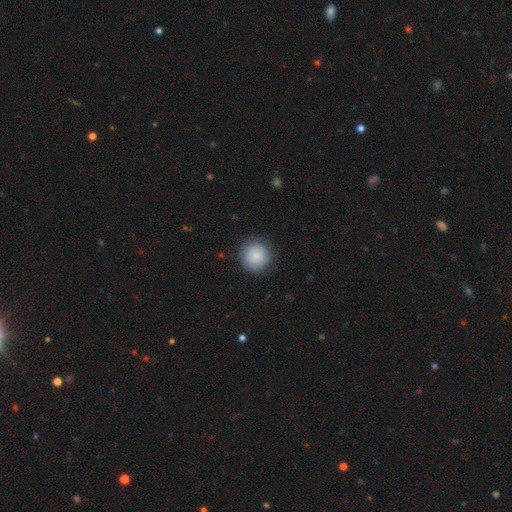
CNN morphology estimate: smooth 86%, star or artifact 7%, featured or disk 7%. Down the decision tree: how rounded — round (95%); merging — none (87%).